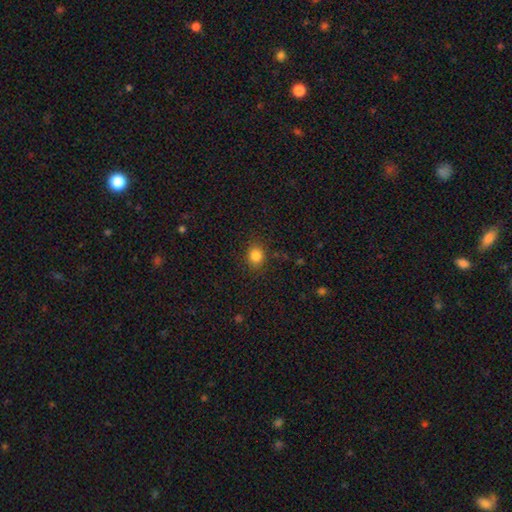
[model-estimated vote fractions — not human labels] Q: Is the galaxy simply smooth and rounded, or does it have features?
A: smooth — 83%.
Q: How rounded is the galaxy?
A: round — 74%.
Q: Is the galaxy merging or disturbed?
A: none — 86%.